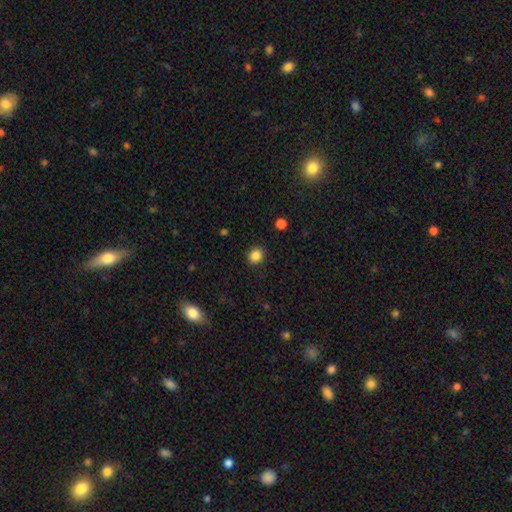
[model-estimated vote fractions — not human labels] smooth_or_featured: smooth (p=0.86) [alt: star or artifact p=0.11]
how_rounded: round (p=0.85) [alt: in between p=0.14]
merging: none (p=0.91) [alt: minor disturbance p=0.06]